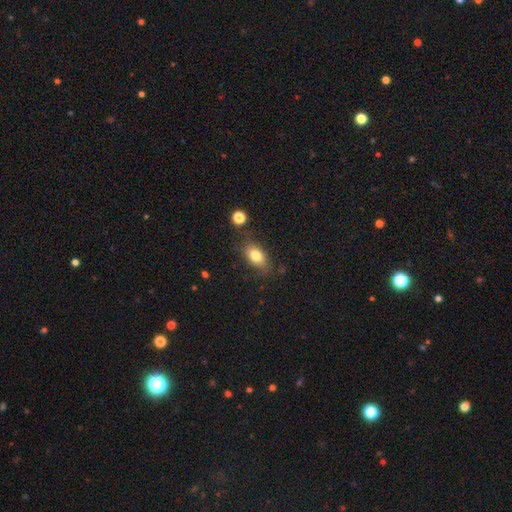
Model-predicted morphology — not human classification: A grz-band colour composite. It shows a smooth galaxy with no disk features (79%) that is in between round and cigar-shaped (84%). Merging: none (75%).